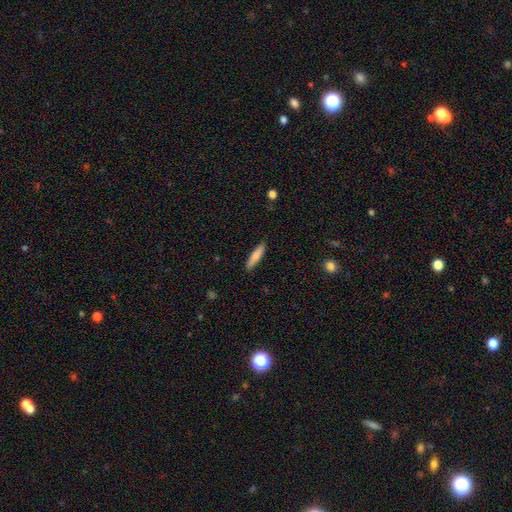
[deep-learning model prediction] Q: Smooth or featured?
A: smooth (77%); runner-up: featured or disk (17%)
Q: How rounded?
A: cigar-shaped (79%); runner-up: in between (19%)
Q: Merging?
A: none (88%); runner-up: minor disturbance (9%)